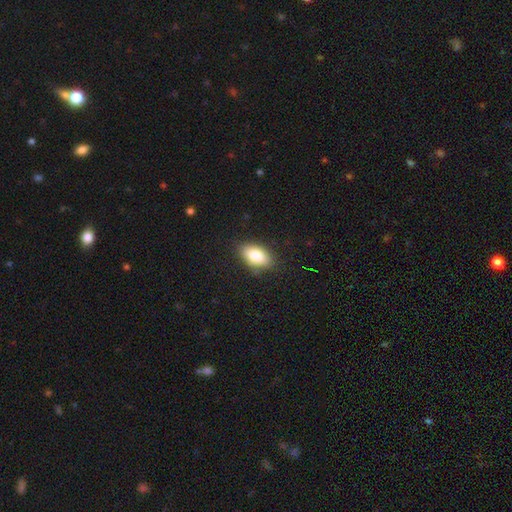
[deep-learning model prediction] Smooth or featured: smooth — 82% (featured or disk — 10%)
How rounded: in between — 91% (round — 6%)
Merging: none — 84% (minor disturbance — 12%)